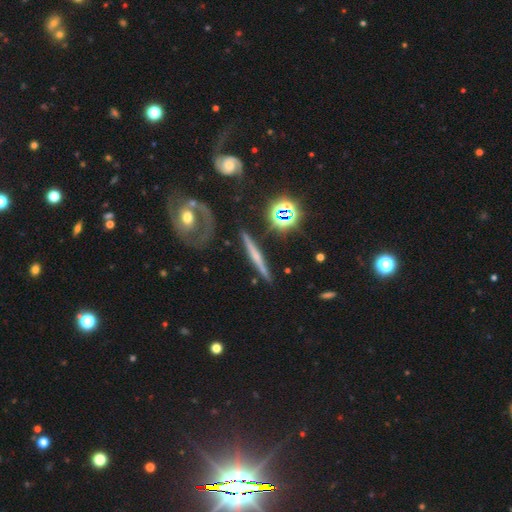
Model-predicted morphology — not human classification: smooth-or-featured: featured or disk: 62% | smooth: 28% | star or artifact: 10%
  disk-edge-on: yes: 94% | no: 6%
    edge-on-bulge: none: 49% | rounded: 41% | boxy: 10%
  merging: none: 83% | minor disturbance: 10% | merger: 3% | major disturbance: 3%